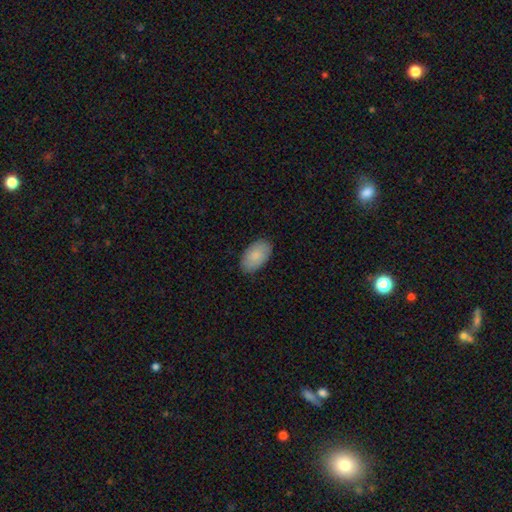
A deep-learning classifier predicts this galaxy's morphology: Smooth or featured? Predicted: smooth (p=0.84). How rounded? Predicted: in between (p=0.95). Merging? Predicted: none (p=0.86).